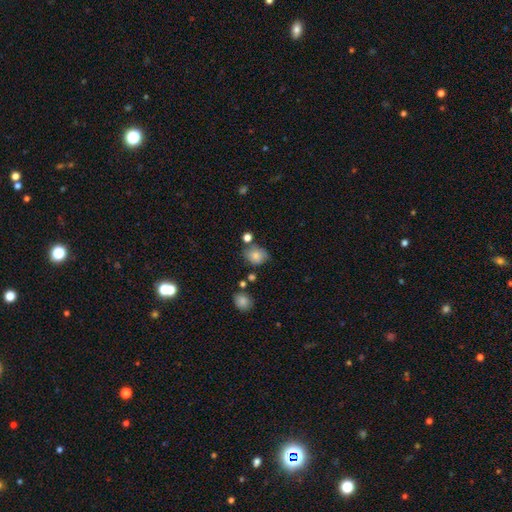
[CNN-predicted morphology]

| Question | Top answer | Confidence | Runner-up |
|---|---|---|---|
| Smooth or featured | smooth | 80% | star or artifact (11%) |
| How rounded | round | 61% | in between (38%) |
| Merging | none | 65% | minor disturbance (20%) |